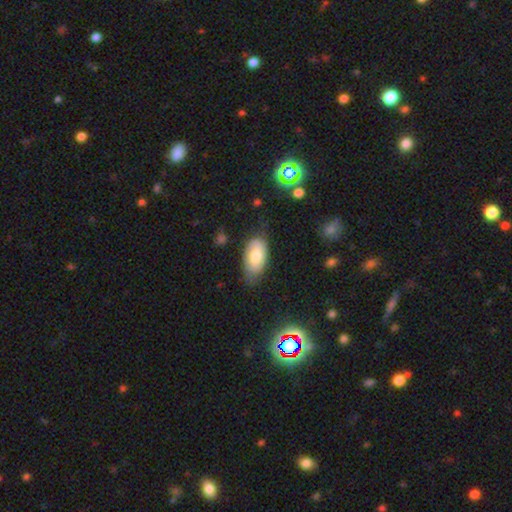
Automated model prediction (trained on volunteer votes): Smooth or featured? smooth (65%)
How rounded? in between (93%)
Merging? none (65%)